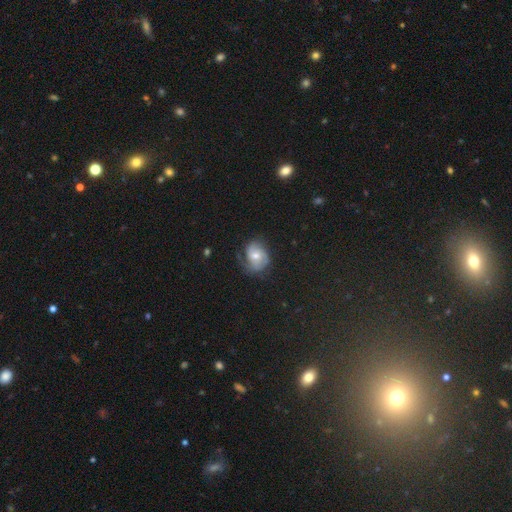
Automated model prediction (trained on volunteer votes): Smooth or featured? Predicted: featured or disk (p=0.57). Edge-on disk? Predicted: no (p=0.96). Bar? Predicted: no (p=0.70). Spiral arms? Predicted: yes (p=0.83). Bulge size? Predicted: moderate (p=0.61). Merging? Predicted: none (p=0.53).